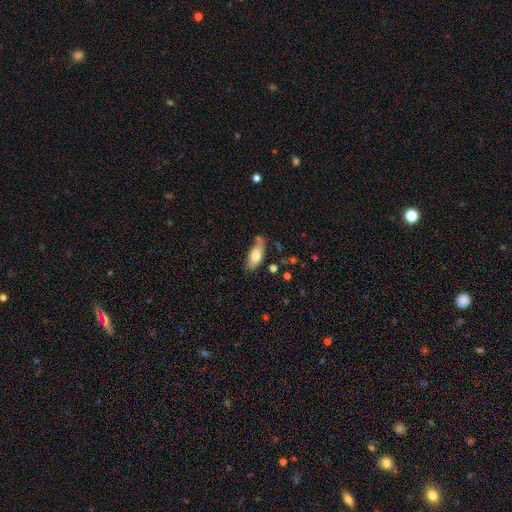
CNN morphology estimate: type=smooth (75%); roundness=in between (82%); merging=none (63%).